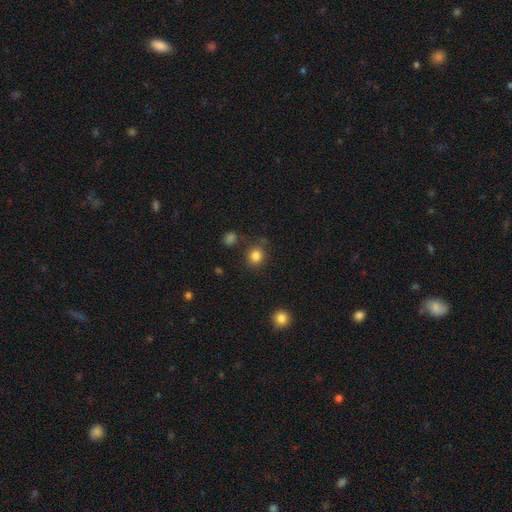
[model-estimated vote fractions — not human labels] Smooth or featured?
  - smooth: 83% *
  - star or artifact: 12%
  - featured or disk: 5%
How rounded?
  - round: 82% *
  - in between: 17%
  - cigar-shaped: 1%
Merging?
  - none: 78% *
  - minor disturbance: 12%
  - merger: 5%
  - major disturbance: 4%